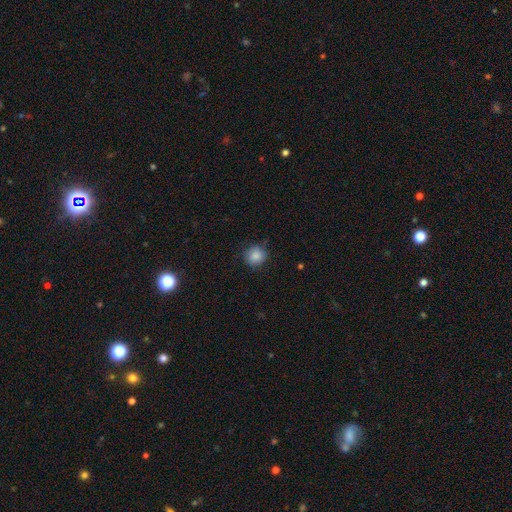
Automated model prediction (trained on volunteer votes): A smooth galaxy with no disk features (86%) that is round (88%).

Vote fractions:
- Smooth or featured? smooth: 86% / star or artifact: 9% / featured or disk: 5%
- How rounded? round: 88% / in between: 11% / cigar-shaped: 1%
- Merging? none: 81% / minor disturbance: 15% / major disturbance: 3% / merger: 1%